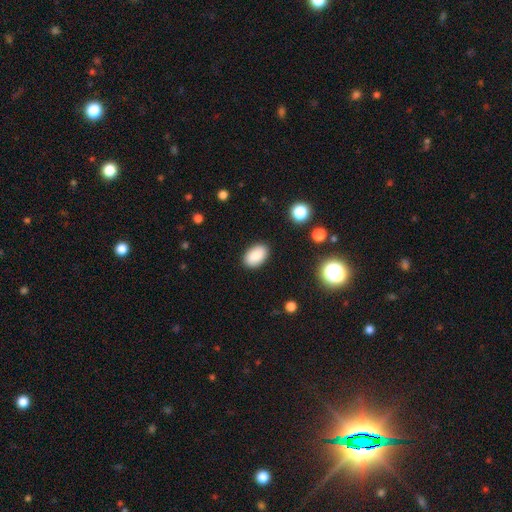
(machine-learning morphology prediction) The model was most divided on "smooth or featured": smooth: 86%, star or artifact: 8%, featured or disk: 6%. More confident: how rounded — in between (91%); merging — none (88%).